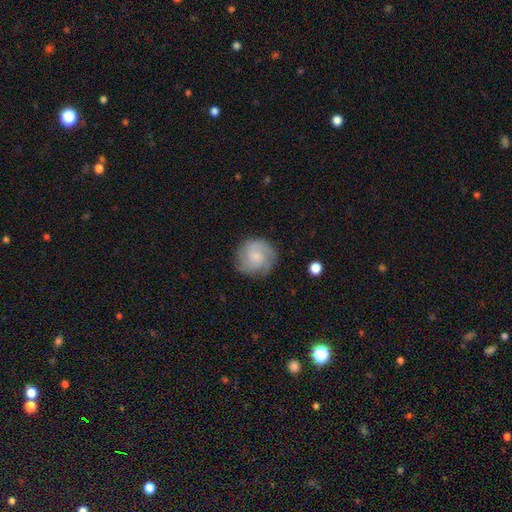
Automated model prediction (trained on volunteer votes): Smooth or featured? featured or disk (66%)
Edge-on disk? no (98%)
Bar? no (69%)
Spiral arms? yes (94%)
Spiral winding? tight (53%)
Spiral arm count? 3 (39%)
Bulge size? small (43%)
Merging? none (80%)